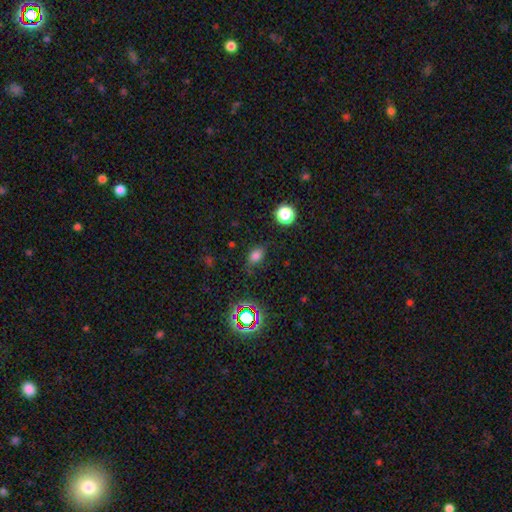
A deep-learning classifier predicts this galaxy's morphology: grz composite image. It shows a smooth galaxy with no disk features (75%) that is in between round and cigar-shaped (72%). Merging: none (74%).